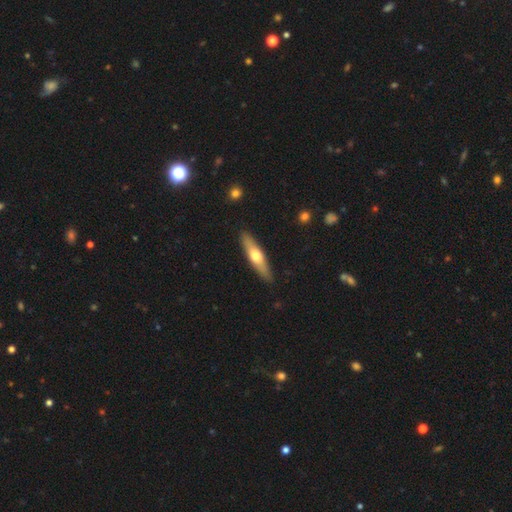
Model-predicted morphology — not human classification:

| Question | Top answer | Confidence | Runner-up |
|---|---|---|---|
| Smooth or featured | featured or disk | 48% | tied: smooth (48%) |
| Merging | none | 89% | minor disturbance (8%) |